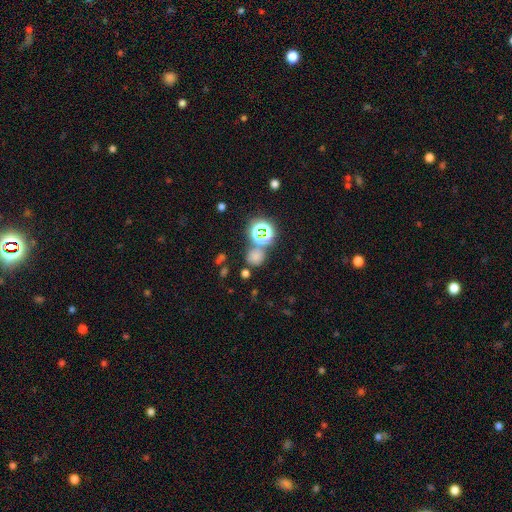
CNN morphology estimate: Smooth or featured? Predicted: smooth (p=0.60). How rounded? Predicted: round (p=0.83). Merging? Predicted: none (p=0.69).